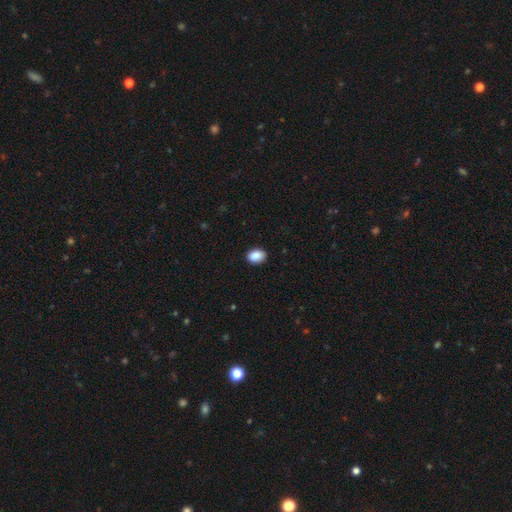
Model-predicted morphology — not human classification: A smooth galaxy with no disk features (89%) that is in between round and cigar-shaped (75%). Merging: none (89%).